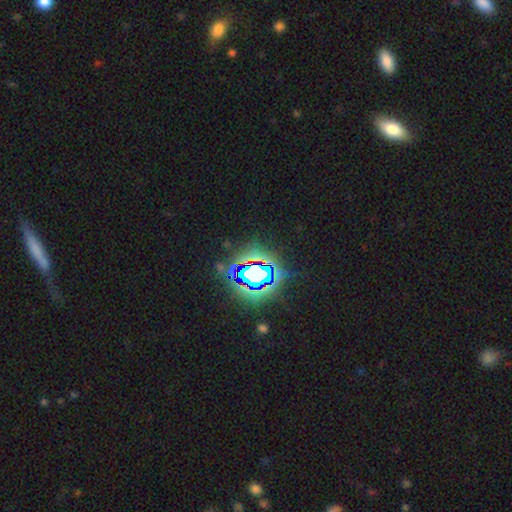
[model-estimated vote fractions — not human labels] smooth-or-featured: star or artifact: 81% | smooth: 11% | featured or disk: 8%